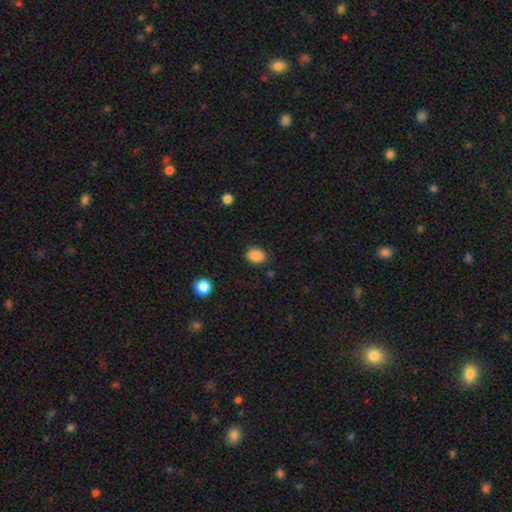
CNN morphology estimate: Overall: smooth (87%). How rounded: in between (62%; round 37%). Merging: none (84%).